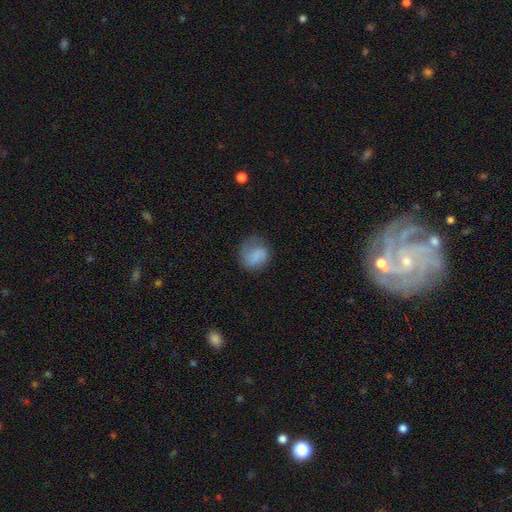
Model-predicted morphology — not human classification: Smooth or featured: smooth — 69% (featured or disk — 23%)
How rounded: round — 66% (in between — 33%)
Merging: none — 50% (minor disturbance — 27%)